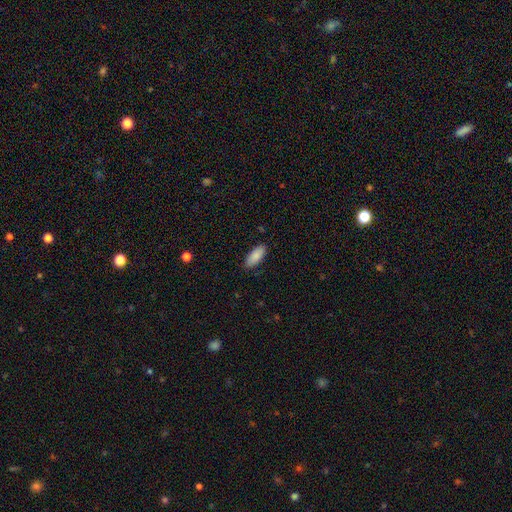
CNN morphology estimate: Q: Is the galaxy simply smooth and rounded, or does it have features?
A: smooth — 88%.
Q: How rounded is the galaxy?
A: in between — 83%.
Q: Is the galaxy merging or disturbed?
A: none — 87%.